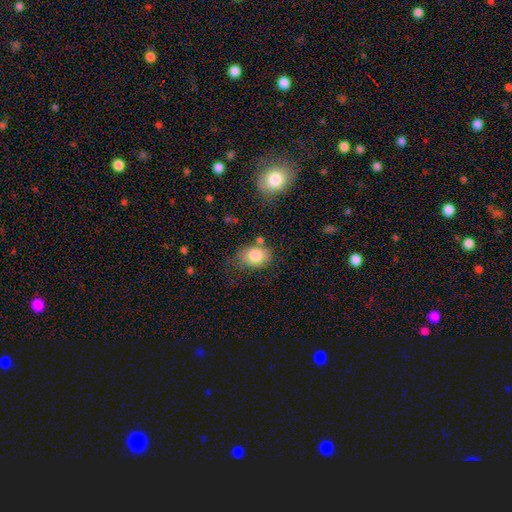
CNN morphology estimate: smooth 83%, featured or disk 9%, star or artifact 8%. Down the decision tree: how rounded — in between (70%); merging — none (58%).